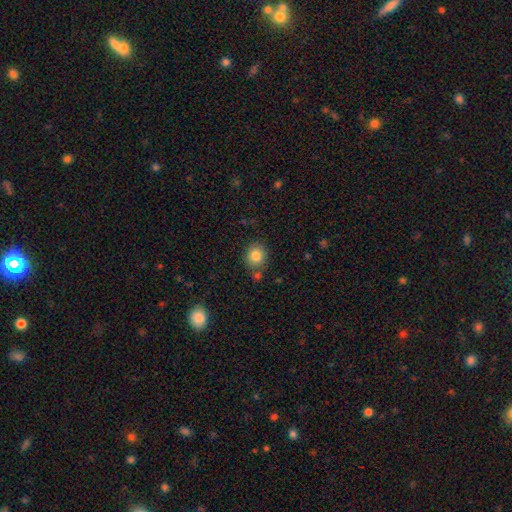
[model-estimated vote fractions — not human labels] smooth_or_featured: smooth (p=0.83) [alt: star or artifact p=0.10]
how_rounded: round (p=0.79) [alt: in between p=0.21]
merging: none (p=0.76) [alt: minor disturbance p=0.12]